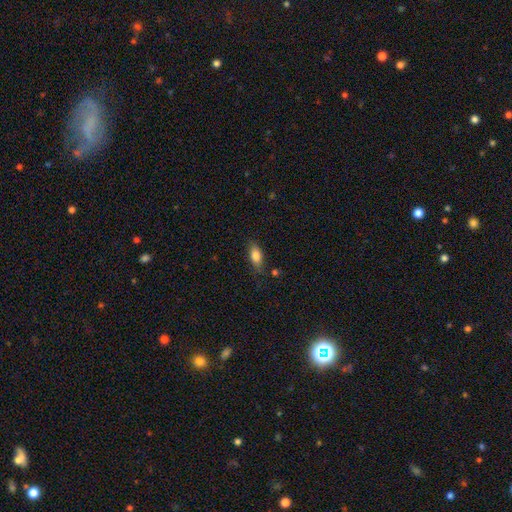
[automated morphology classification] Smooth or featured: smooth — 82% (featured or disk — 10%)
How rounded: in between — 84% (cigar-shaped — 11%)
Merging: none — 75% (minor disturbance — 18%)